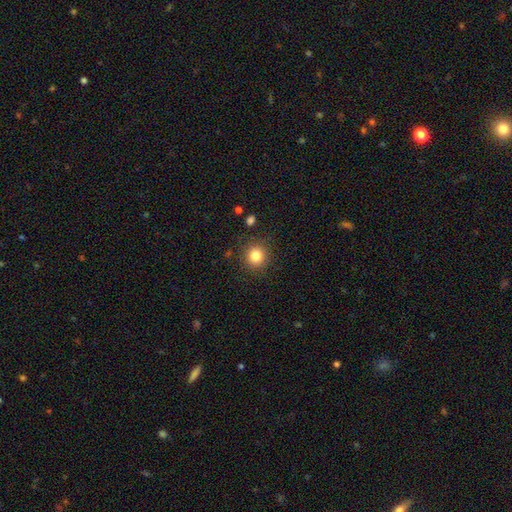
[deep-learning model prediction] Smooth or featured? Predicted: smooth (p=0.83). How rounded? Predicted: round (p=0.91). Merging? Predicted: none (p=0.88).